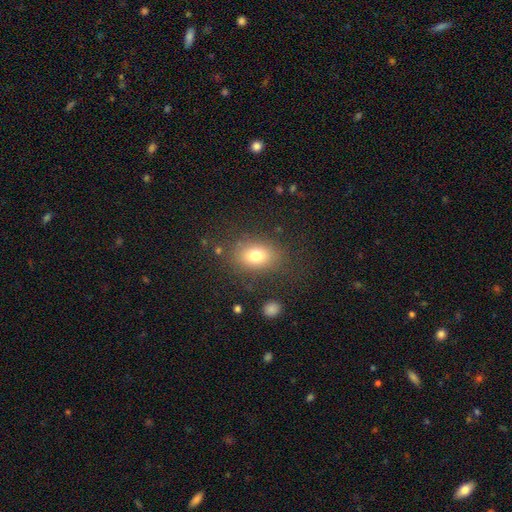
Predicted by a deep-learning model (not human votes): Smooth or featured? Predicted: smooth (p=0.76). How rounded? Predicted: in between (p=0.68). Merging? Predicted: none (p=0.79).